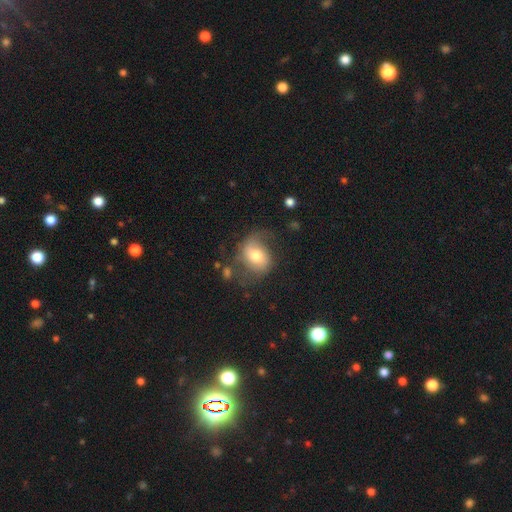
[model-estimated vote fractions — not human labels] featured or disk 49%, smooth 43%, star or artifact 8%. Down the decision tree: merging — none (49%).